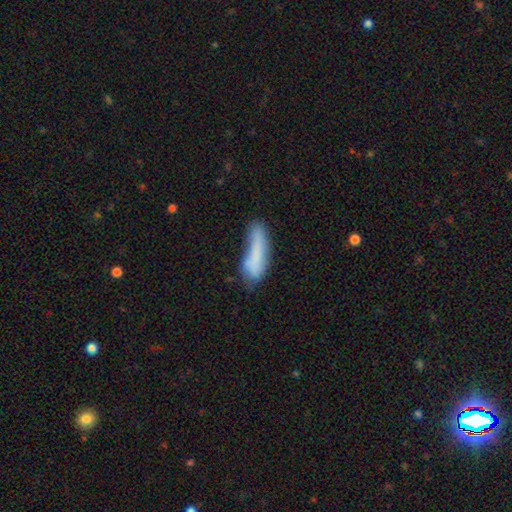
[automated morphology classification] Smooth or featured? smooth (72%)
How rounded? cigar-shaped (64%)
Merging? none (44%)